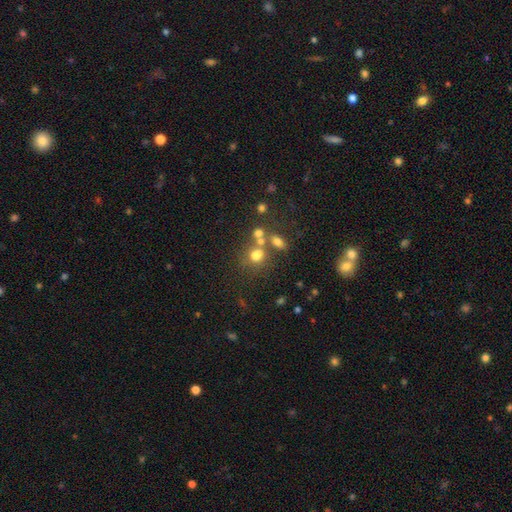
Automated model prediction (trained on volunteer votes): This is likely a smooth galaxy (67%). How rounded: likely round (69%). Merging: possibly none (48%).